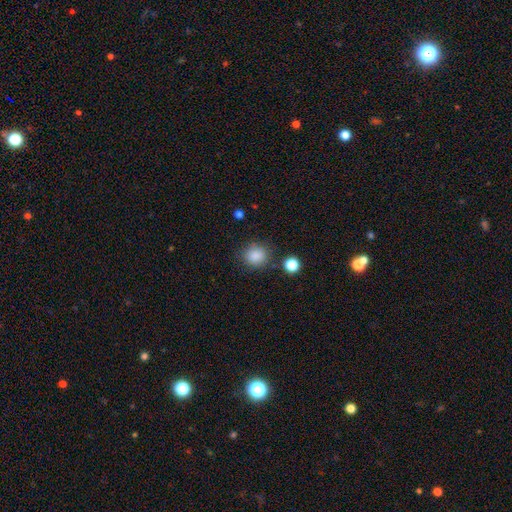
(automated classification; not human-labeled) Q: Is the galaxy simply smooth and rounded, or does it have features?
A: smooth — 86%.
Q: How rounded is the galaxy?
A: round — 85%.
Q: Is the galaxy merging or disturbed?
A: none — 82%.